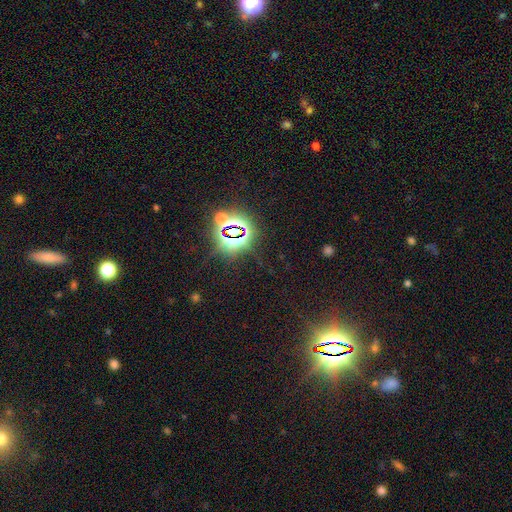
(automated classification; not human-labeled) Smooth or featured: star or artifact — 81% (smooth — 11%)